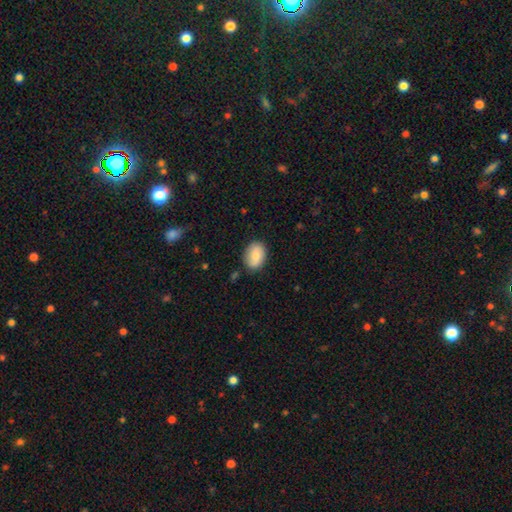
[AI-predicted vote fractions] This appears to be a smooth galaxy with no disk features (80%) that is in between round and cigar-shaped (75%). Merging: none (81%).